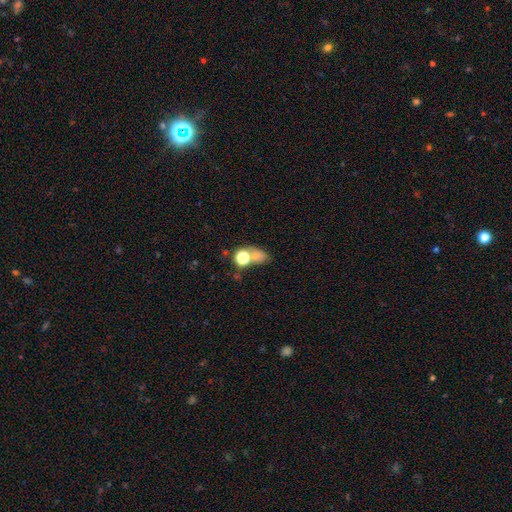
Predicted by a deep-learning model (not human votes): A smooth galaxy with no disk features (66%) that is round (51%). Merging: merger (40%, tied with none).